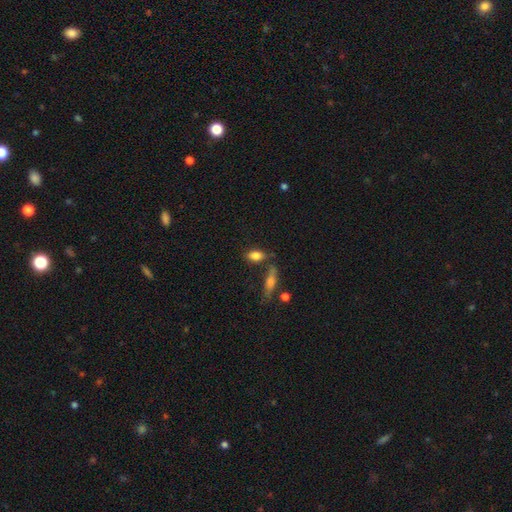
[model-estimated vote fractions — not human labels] This is clearly a smooth galaxy (82%). How rounded: clearly in between (83%). Merging: likely none (66%).